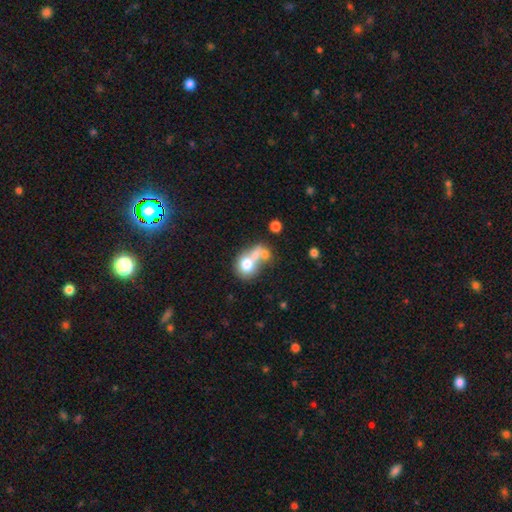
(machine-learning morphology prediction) type=smooth (66%); roundness=round (57%); merging=merger (58%).